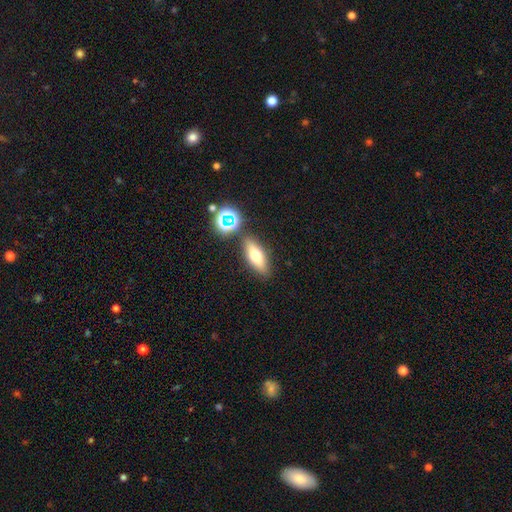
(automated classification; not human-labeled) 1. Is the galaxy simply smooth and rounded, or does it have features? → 62% smooth, 26% featured or disk, 12% star or artifact.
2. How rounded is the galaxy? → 62% in between, 32% cigar-shaped, 6% round.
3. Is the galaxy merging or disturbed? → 81% none, 10% minor disturbance, 6% merger, 3% major disturbance.